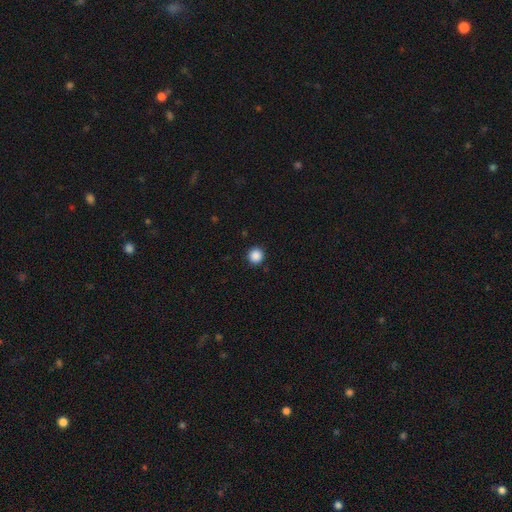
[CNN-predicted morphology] This appears to be a smooth galaxy with no disk features (88%) that is round (94%). Merging: none (92%).